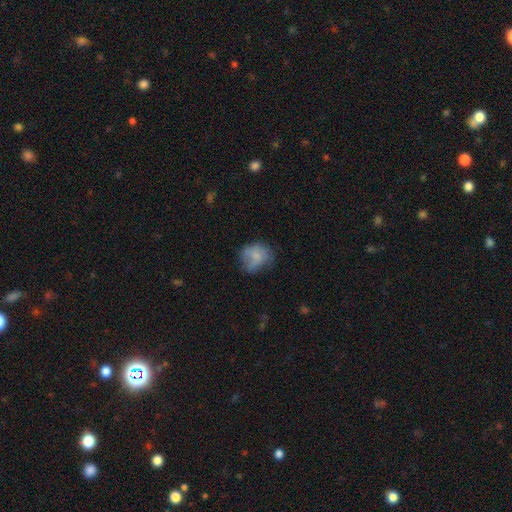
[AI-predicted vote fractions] Q: Smooth or featured?
A: smooth (66%); runner-up: featured or disk (24%)
Q: How rounded?
A: round (62%); runner-up: in between (37%)
Q: Merging?
A: none (47%); runner-up: minor disturbance (30%)